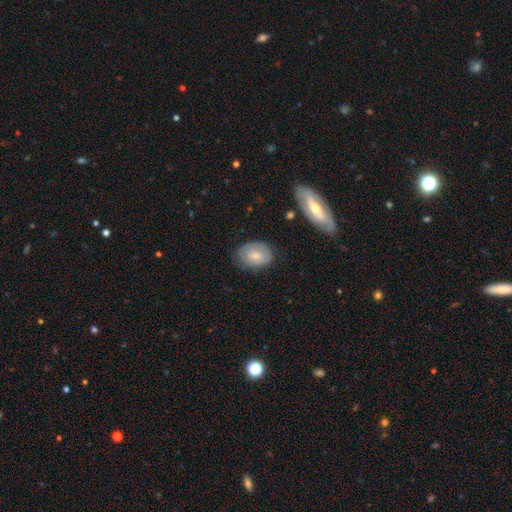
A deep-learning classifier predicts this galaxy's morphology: A smooth galaxy with no disk features (65%) that is in between round and cigar-shaped (77%). Merging: none (69%).